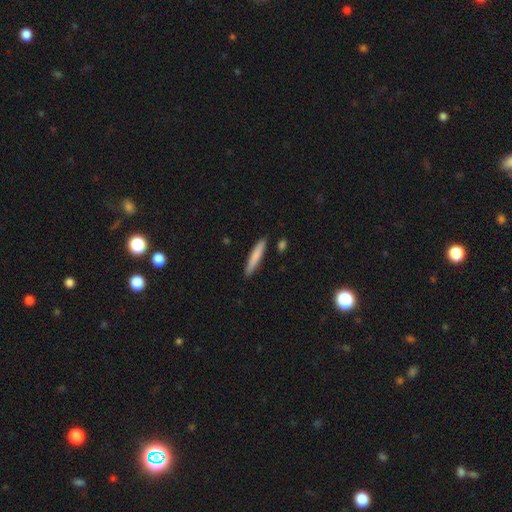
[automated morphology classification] Q: Smooth or featured?
A: smooth (78%); runner-up: featured or disk (17%)
Q: How rounded?
A: cigar-shaped (92%); runner-up: in between (6%)
Q: Merging?
A: none (87%); runner-up: minor disturbance (9%)